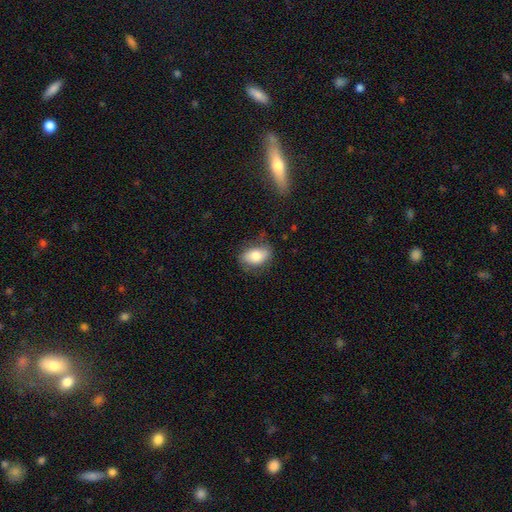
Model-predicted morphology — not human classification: The model was most divided on "merging": none: 69%, minor disturbance: 23%, major disturbance: 7%, merger: 2%. More confident: how rounded — in between (87%); smooth or featured — smooth (75%).